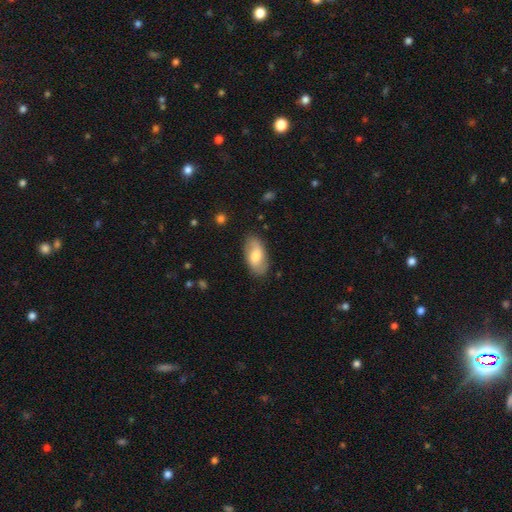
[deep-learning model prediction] This appears to be a smooth galaxy with no disk features (62%) that is in between round and cigar-shaped (93%). Merging: none (82%).